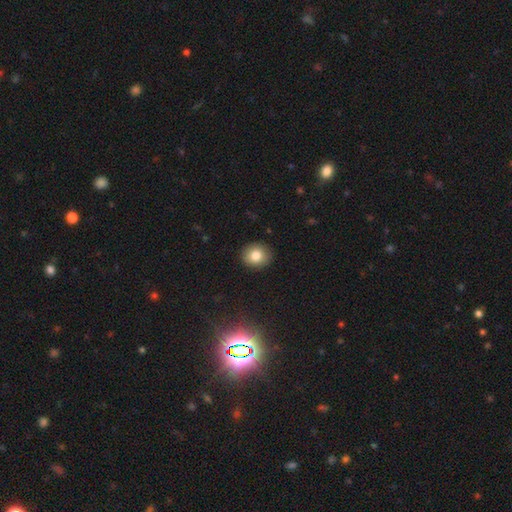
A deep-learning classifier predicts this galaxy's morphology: A smooth galaxy with no disk features (82%) that is round (78%). Merging: none (91%).